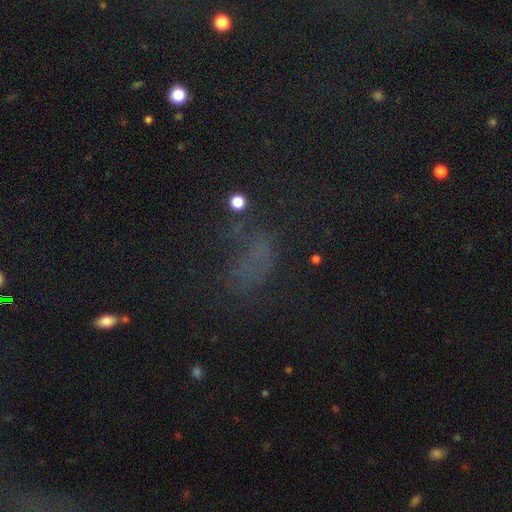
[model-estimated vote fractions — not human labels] Smooth or featured? star or artifact (39%, tied with smooth)